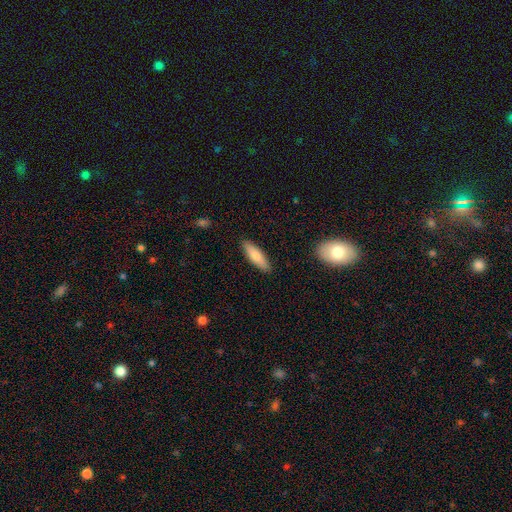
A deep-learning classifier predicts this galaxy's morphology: Smooth or featured? Predicted: smooth (p=0.78). How rounded? Predicted: cigar-shaped (p=0.53). Merging? Predicted: none (p=0.89).